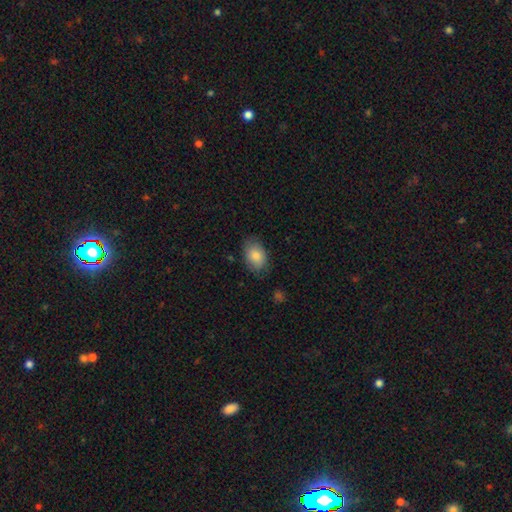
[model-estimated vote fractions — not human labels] Smooth or featured: smooth — 85% (featured or disk — 9%)
How rounded: in between — 84% (round — 14%)
Merging: none — 77% (minor disturbance — 18%)